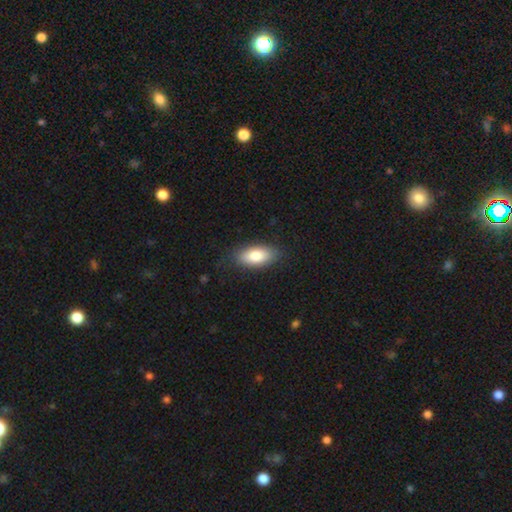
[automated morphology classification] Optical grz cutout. It shows a smooth galaxy with no disk features (82%) that is in between round and cigar-shaped (90%). Merging: none (84%).